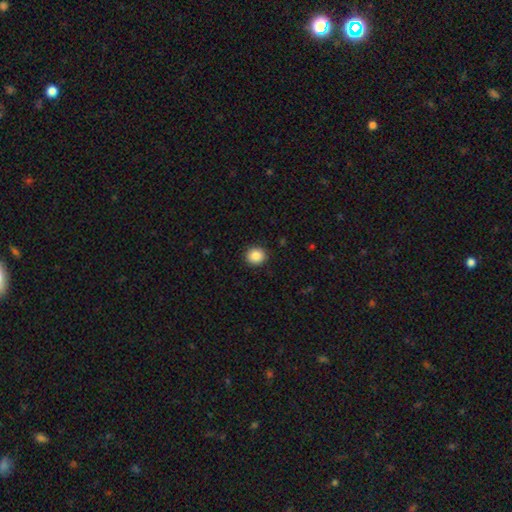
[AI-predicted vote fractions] Morphology: type=smooth (87%); roundness=round (86%); merging=none (91%).